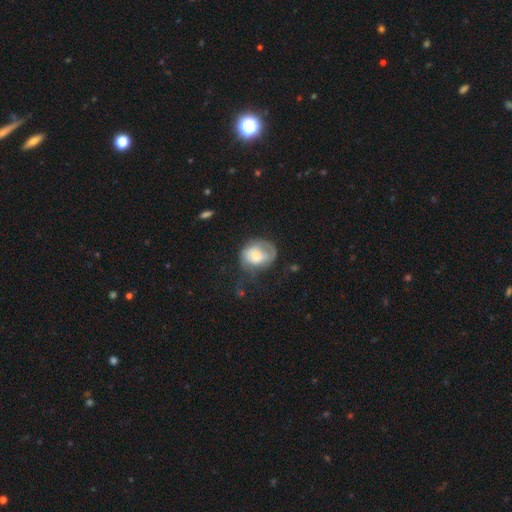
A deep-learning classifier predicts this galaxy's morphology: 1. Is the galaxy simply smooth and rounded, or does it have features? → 59% smooth, 33% featured or disk, 7% star or artifact.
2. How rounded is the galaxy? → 51% round, 48% in between, 1% cigar-shaped.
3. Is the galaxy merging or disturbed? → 36% none, 31% major disturbance, 31% minor disturbance, 3% merger.